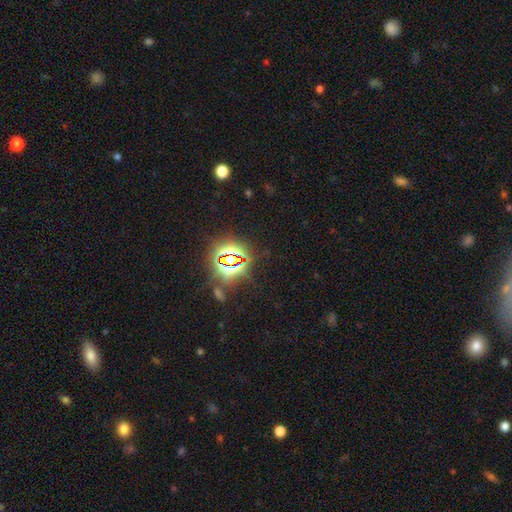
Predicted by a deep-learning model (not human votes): Smooth or featured? star or artifact (82%)